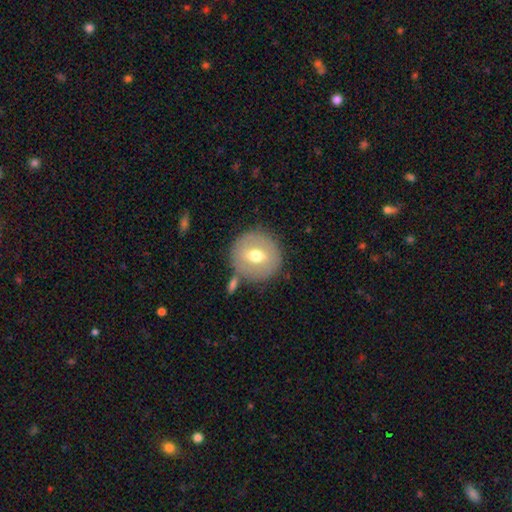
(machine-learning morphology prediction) type=smooth (58%); roundness=round (93%); merging=none (78%).